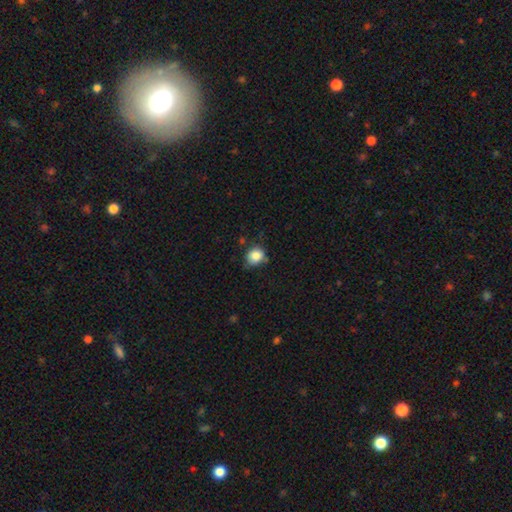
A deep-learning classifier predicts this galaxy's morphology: type=smooth (84%); roundness=round (66%); merging=none (61%).